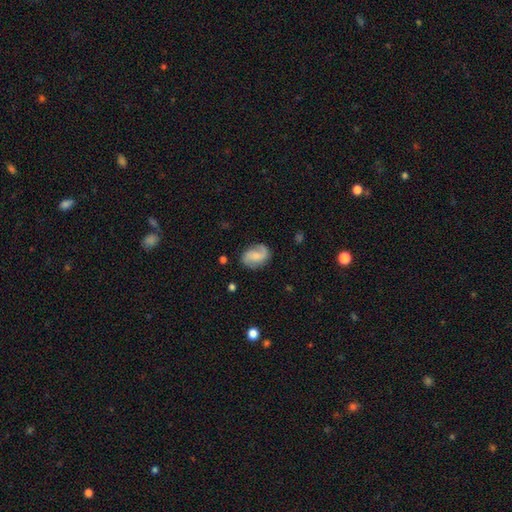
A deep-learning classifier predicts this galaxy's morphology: Smooth or featured: featured or disk — 66% (smooth — 27%)
Edge-on disk: no — 97% (yes — 3%)
Bar: no — 47% (weak — 41%)
Spiral arms: yes — 94% (no — 6%)
Spiral winding: loose — 44% (medium — 40%)
Spiral arm count: 2 — 87% (can't tell — 5%)
Bulge size: small — 36% (none — 31%)
Merging: none — 78% (minor disturbance — 15%)